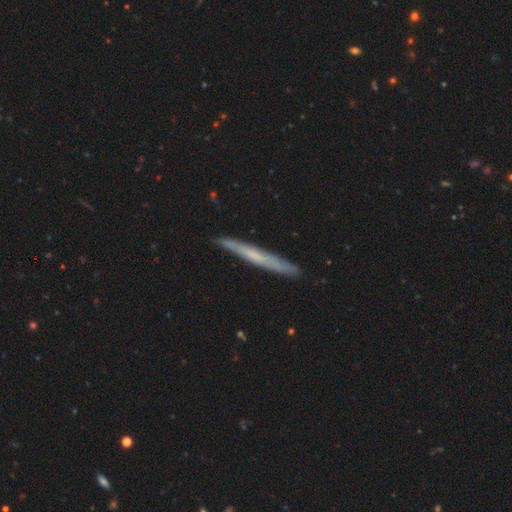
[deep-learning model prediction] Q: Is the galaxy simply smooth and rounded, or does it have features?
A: featured or disk — 51%.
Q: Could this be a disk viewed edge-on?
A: yes — 94%.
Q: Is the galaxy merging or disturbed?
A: none — 88%.